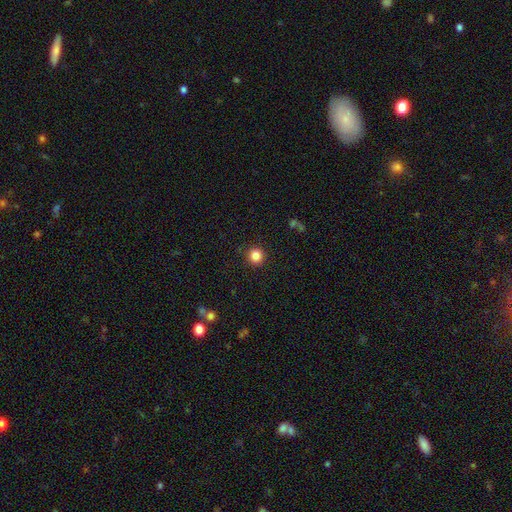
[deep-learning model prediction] A smooth galaxy with no disk features (84%) that is round (93%). Merging: none (91%).